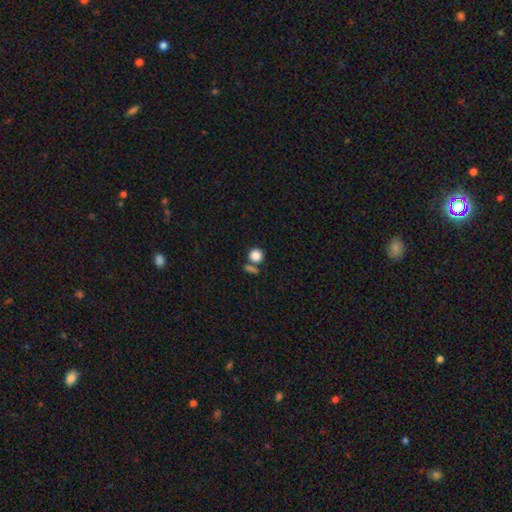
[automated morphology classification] Smooth or featured? Predicted: smooth (p=0.84). How rounded? Predicted: round (p=0.88). Merging? Predicted: none (p=0.63).